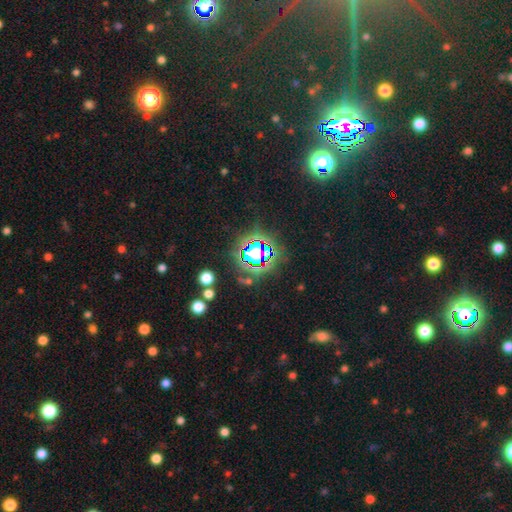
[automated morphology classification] type=star or artifact (69%).